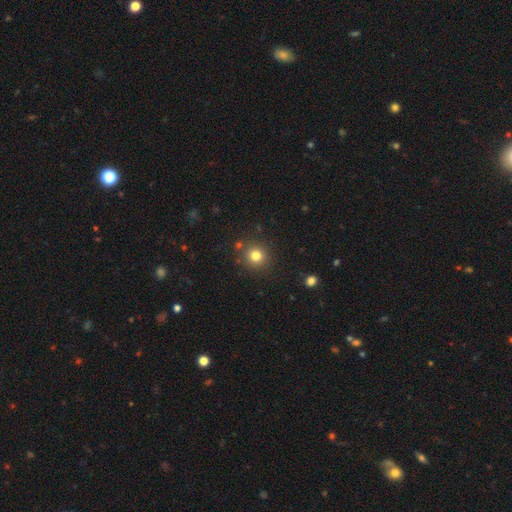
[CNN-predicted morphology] This is likely a smooth galaxy (79%). How rounded: clearly round (90%). Merging: clearly none (86%).